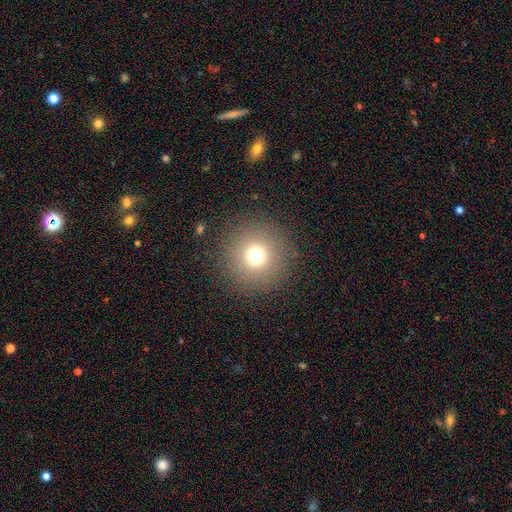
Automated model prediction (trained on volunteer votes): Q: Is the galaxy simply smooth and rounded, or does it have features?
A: smooth — 72%.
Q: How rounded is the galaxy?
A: round — 96%.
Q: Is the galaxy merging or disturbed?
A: none — 90%.